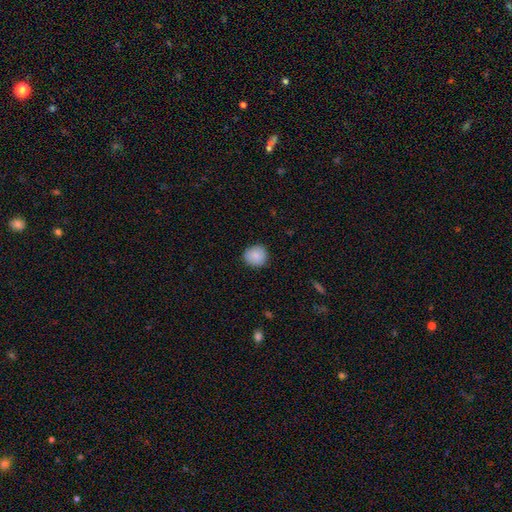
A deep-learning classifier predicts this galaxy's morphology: This appears to be a smooth galaxy with no disk features (87%) that is round (89%). Merging: none (88%).